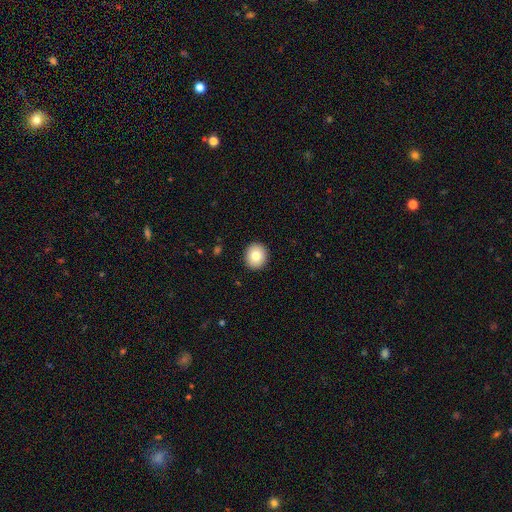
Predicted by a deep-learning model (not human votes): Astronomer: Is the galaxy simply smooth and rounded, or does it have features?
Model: smooth — 80%.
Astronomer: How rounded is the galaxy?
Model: round — 78%.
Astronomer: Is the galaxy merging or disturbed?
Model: none — 92%.